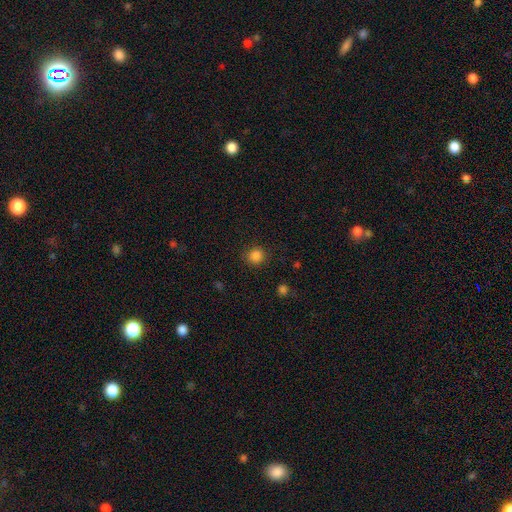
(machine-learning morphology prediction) Q: Smooth or featured?
A: smooth (85%); runner-up: star or artifact (12%)
Q: How rounded?
A: round (91%); runner-up: in between (8%)
Q: Merging?
A: none (88%); runner-up: minor disturbance (8%)